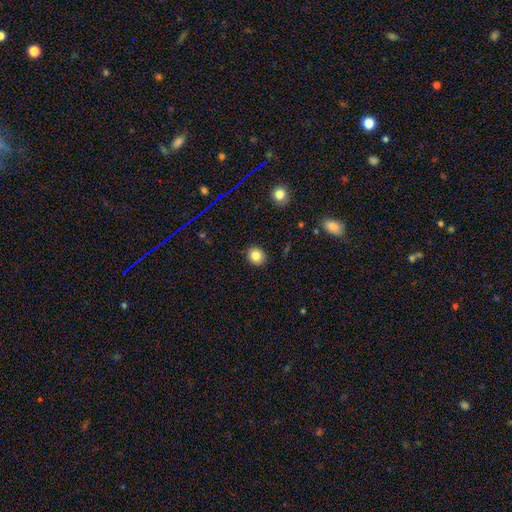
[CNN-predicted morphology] A smooth galaxy with no disk features (82%) that is round (71%). Merging: none (89%).